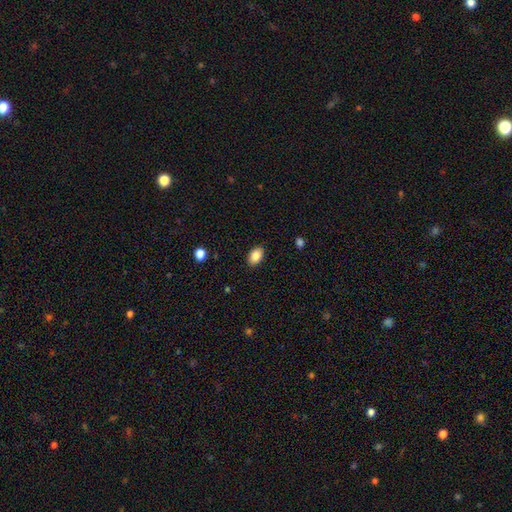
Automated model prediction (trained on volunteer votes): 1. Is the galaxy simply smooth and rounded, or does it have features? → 85% smooth, 8% star or artifact, 7% featured or disk.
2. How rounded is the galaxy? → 87% in between, 12% round, 1% cigar-shaped.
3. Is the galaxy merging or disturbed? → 88% none, 9% minor disturbance, 2% major disturbance, 1% merger.